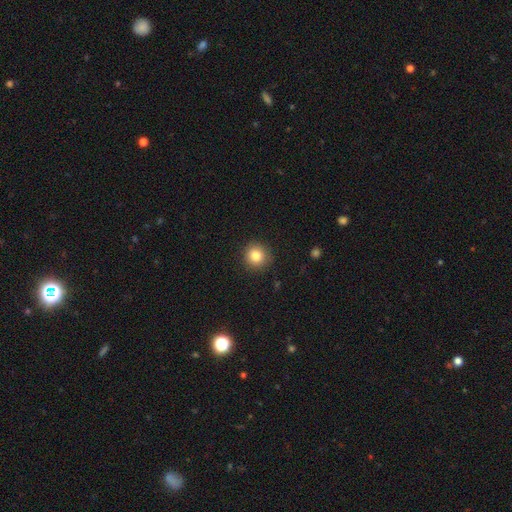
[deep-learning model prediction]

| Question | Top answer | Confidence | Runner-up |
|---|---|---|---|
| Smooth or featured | smooth | 83% | star or artifact (11%) |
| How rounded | round | 92% | in between (7%) |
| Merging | none | 90% | minor disturbance (7%) |